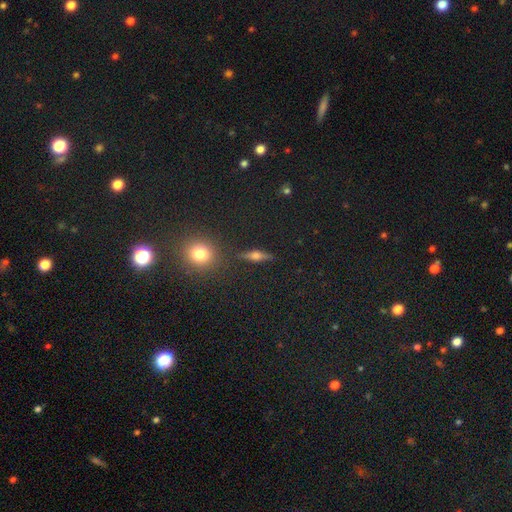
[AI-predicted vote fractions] Q: Smooth or featured?
A: featured or disk (60%); runner-up: smooth (26%)
Q: Edge-on disk?
A: yes (93%); runner-up: no (7%)
Q: Edge-on bulge?
A: rounded (93%); runner-up: boxy (4%)
Q: Merging?
A: none (89%); runner-up: minor disturbance (7%)